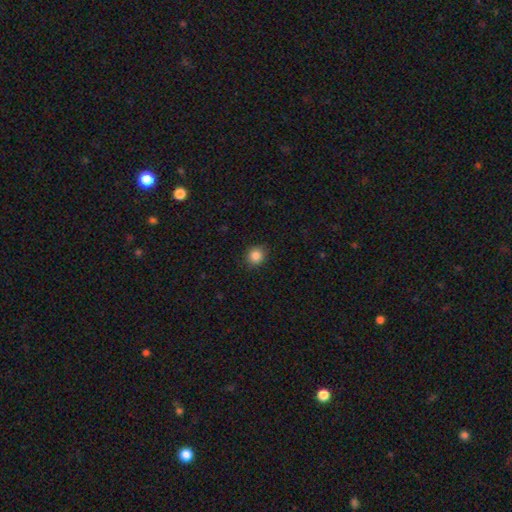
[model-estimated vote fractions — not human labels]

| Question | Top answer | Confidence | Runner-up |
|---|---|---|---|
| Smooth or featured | smooth | 86% | star or artifact (10%) |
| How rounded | round | 83% | in between (16%) |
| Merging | none | 90% | minor disturbance (7%) |